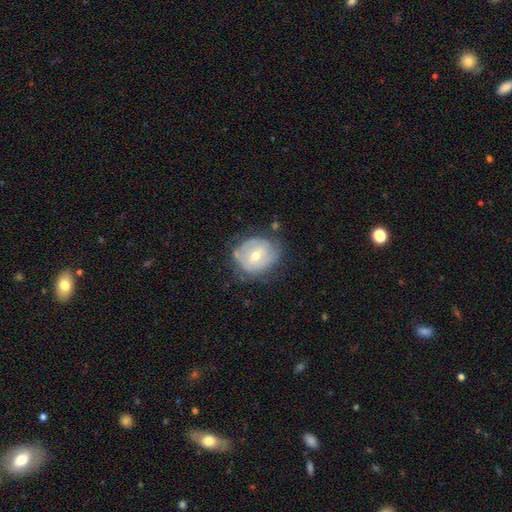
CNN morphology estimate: Smooth or featured: featured or disk — 61% (smooth — 32%)
Edge-on disk: no — 96% (yes — 4%)
Bar: weak — 49% (no — 33%)
Spiral arms: yes — 59% (no — 41%)
Bulge size: moderate — 60% (small — 37%)
Merging: none — 62% (minor disturbance — 26%)